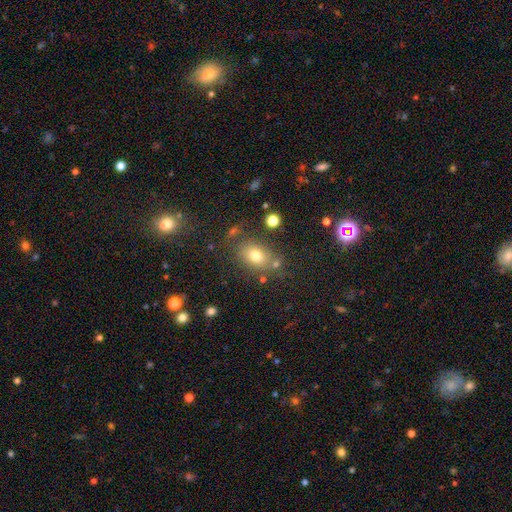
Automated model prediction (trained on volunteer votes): smooth_or_featured: smooth (p=0.75) [alt: star or artifact p=0.13]
how_rounded: in between (p=0.66) [alt: round p=0.33]
merging: none (p=0.71) [alt: minor disturbance p=0.15]